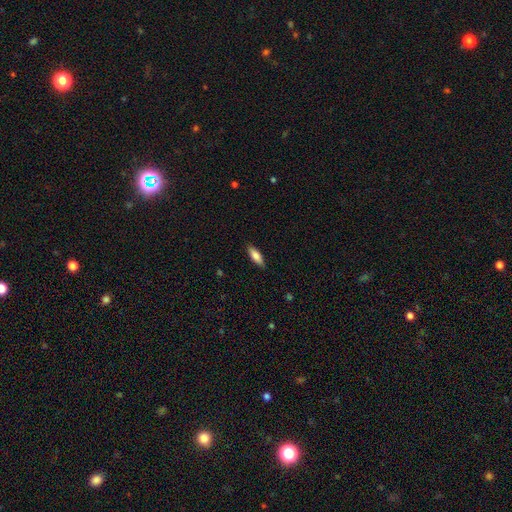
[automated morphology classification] Smooth or featured? smooth (79%)
How rounded? in between (60%)
Merging? none (88%)